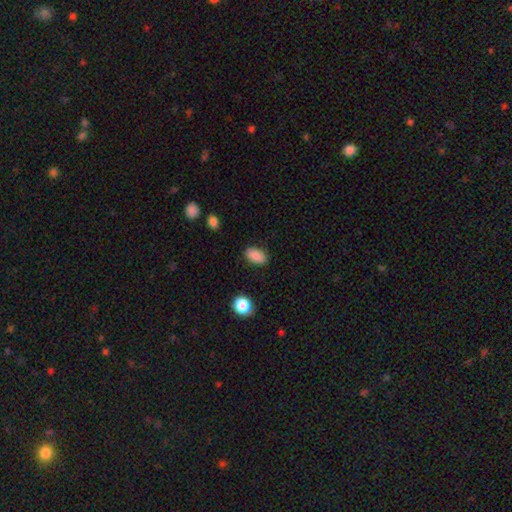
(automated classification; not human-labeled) A smooth galaxy with no disk features (86%) that is in between round and cigar-shaped (89%). Merging: none (86%).